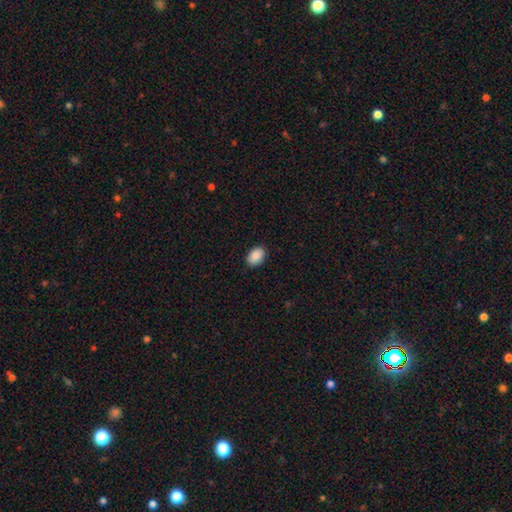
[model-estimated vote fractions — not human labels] This is clearly a smooth galaxy (89%). How rounded: clearly in between (85%). Merging: clearly none (89%).